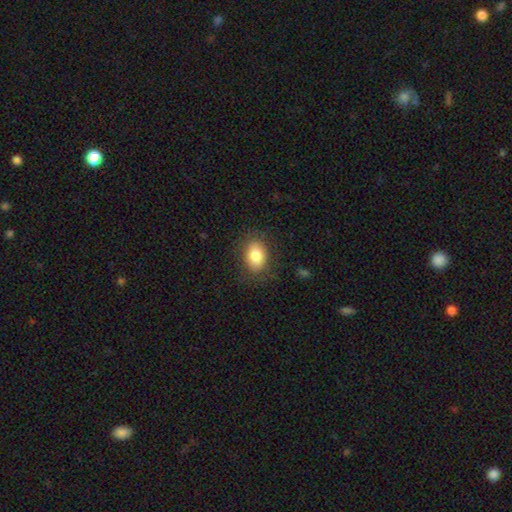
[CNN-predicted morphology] smooth-or-featured: smooth: 83% | featured or disk: 9% | star or artifact: 8%
  how-rounded: in between: 75% | round: 24% | cigar-shaped: 1%
  merging: none: 81% | minor disturbance: 13% | major disturbance: 5% | merger: 1%